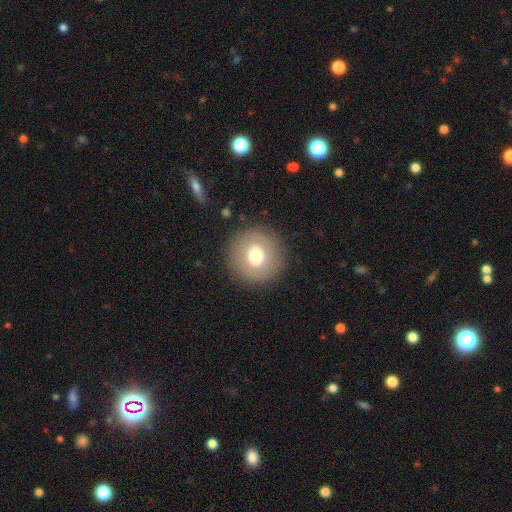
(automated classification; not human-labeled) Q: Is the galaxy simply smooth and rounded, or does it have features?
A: smooth — 71%.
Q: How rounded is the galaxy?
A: round — 96%.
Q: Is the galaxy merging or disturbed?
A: none — 89%.